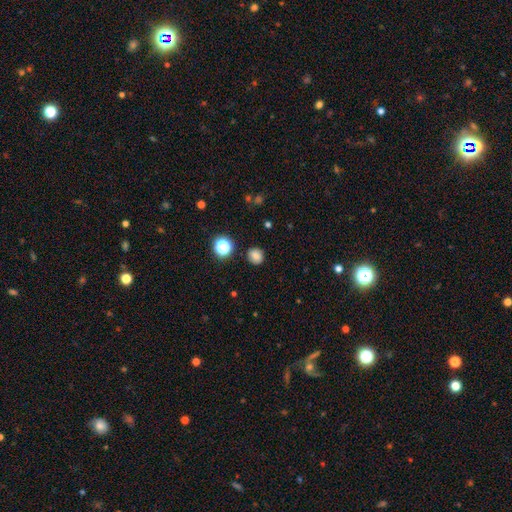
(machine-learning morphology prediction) The model was most divided on "smooth or featured": smooth: 78%, star or artifact: 14%, featured or disk: 8%. More confident: merging — none (87%); how rounded — round (82%).